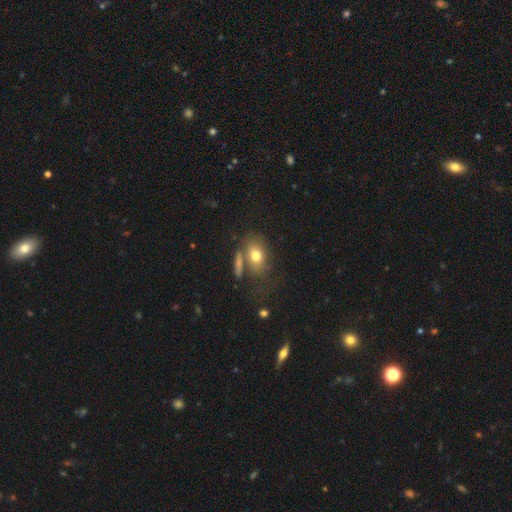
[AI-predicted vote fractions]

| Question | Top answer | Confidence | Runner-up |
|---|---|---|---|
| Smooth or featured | smooth | 71% | featured or disk (19%) |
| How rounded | in between | 72% | round (25%) |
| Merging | none | 50% | merger (23%) |